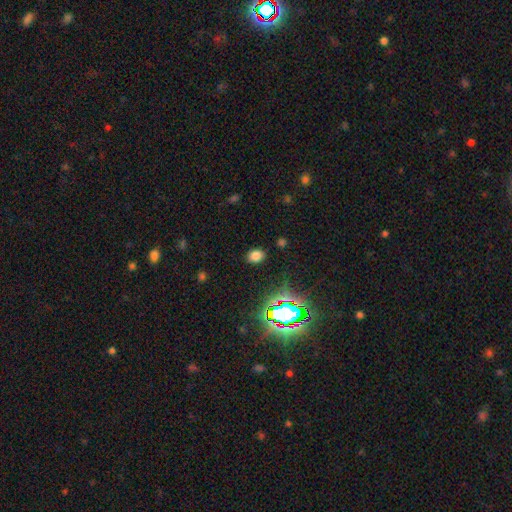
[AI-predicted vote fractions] A smooth galaxy with no disk features (72%) that is in between round and cigar-shaped (60%). Merging: none (85%).